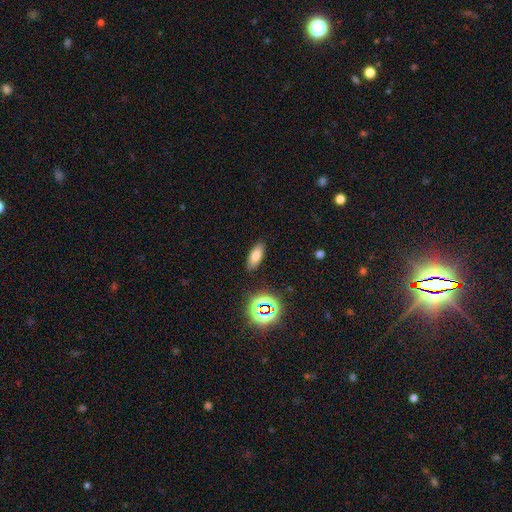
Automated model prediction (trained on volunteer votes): smooth 73%, star or artifact 15%, featured or disk 12%. Down the decision tree: how rounded — in between (76%); merging — none (87%).